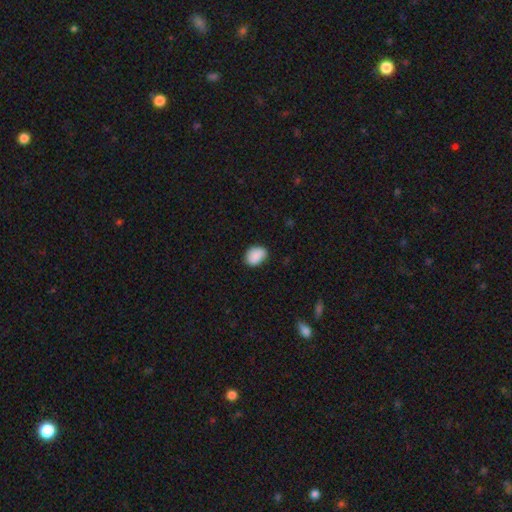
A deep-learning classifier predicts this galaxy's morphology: A smooth galaxy with no disk features (89%) that is in between round and cigar-shaped (68%).

Vote fractions:
- Smooth or featured? smooth: 89% / star or artifact: 7% / featured or disk: 4%
- How rounded? in between: 68% / round: 31% / cigar-shaped: 1%
- Merging? none: 79% / minor disturbance: 17% / major disturbance: 3% / merger: 1%